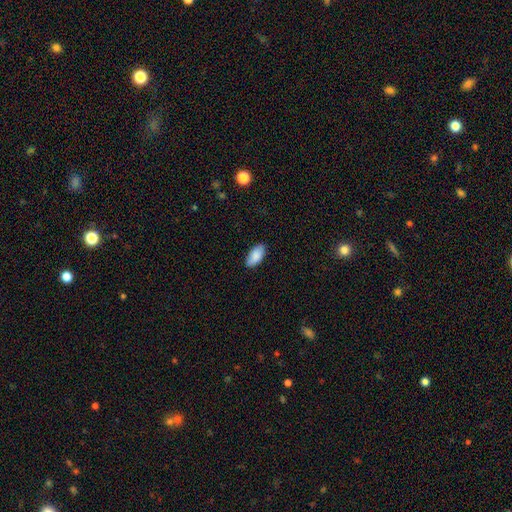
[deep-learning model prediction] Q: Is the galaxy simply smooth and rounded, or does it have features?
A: smooth — 87%.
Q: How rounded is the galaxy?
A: in between — 94%.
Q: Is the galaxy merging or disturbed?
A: none — 86%.